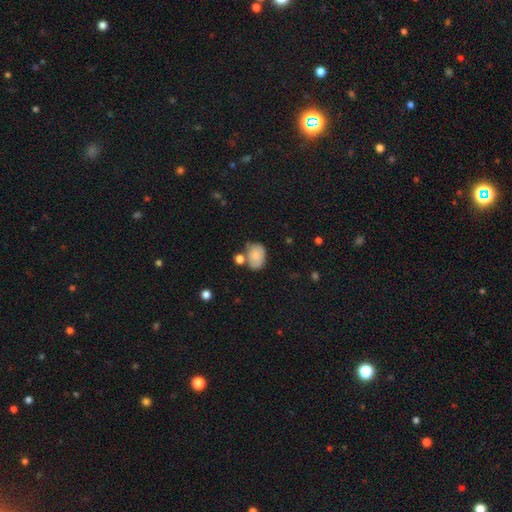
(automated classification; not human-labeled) The model was most divided on "merging": none: 52%, minor disturbance: 24%, merger: 17%, major disturbance: 7%. More confident: smooth or featured — smooth (80%); how rounded — in between (77%).